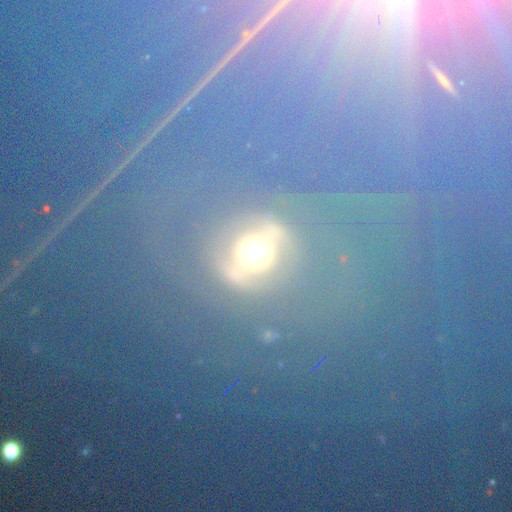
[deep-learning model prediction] Smooth or featured? smooth (38%, tied with star or artifact)
Merging? none (69%)